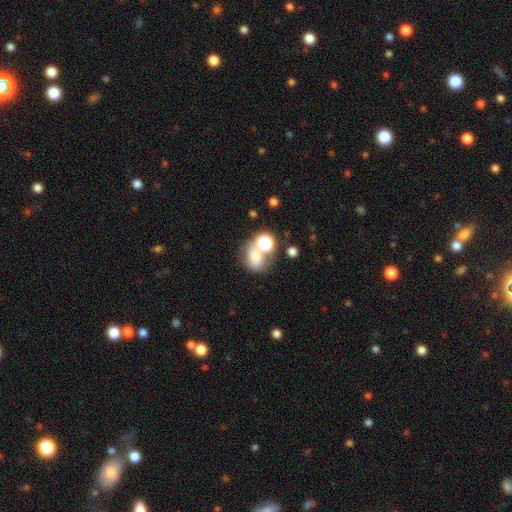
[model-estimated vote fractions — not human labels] Q: Smooth or featured?
A: smooth (68%); runner-up: star or artifact (16%)
Q: How rounded?
A: round (56%); runner-up: in between (43%)
Q: Merging?
A: merger (40%); tied with: none (40%)